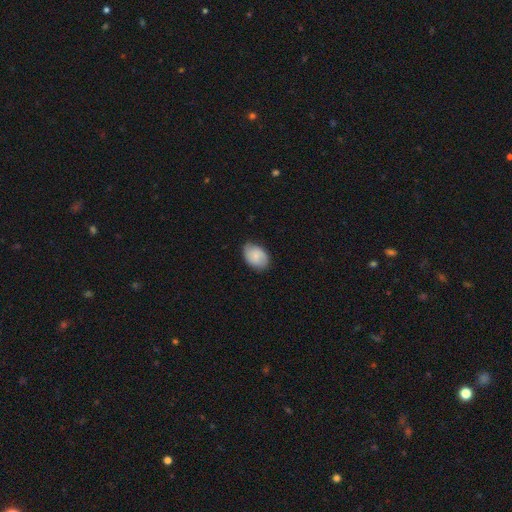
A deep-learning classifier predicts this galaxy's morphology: A smooth galaxy with no disk features (70%) that is in between round and cigar-shaped (77%).

Vote fractions:
- Smooth or featured? smooth: 70% / featured or disk: 23% / star or artifact: 7%
- How rounded? in between: 77% / round: 22% / cigar-shaped: 1%
- Merging? none: 72% / minor disturbance: 23% / major disturbance: 4% / merger: 1%